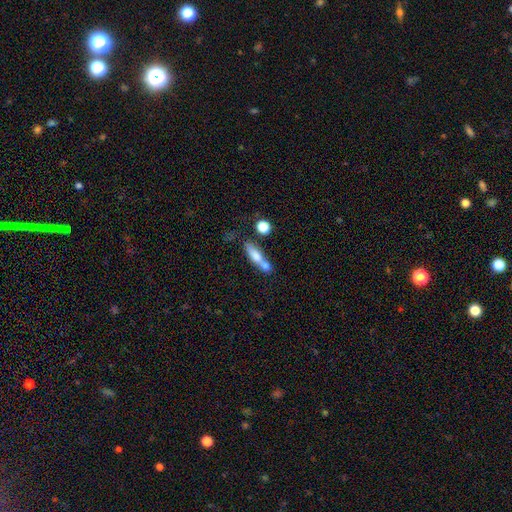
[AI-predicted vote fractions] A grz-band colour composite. It shows a smooth galaxy with no disk features (64%) that is cigar-shaped (62%). Merging: none (41%).